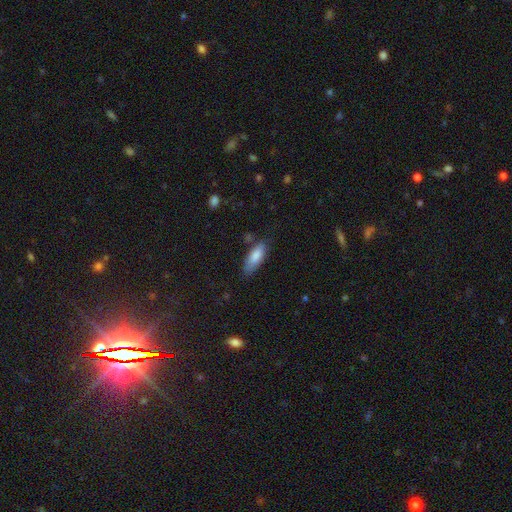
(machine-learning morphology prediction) Smooth or featured? Predicted: smooth (p=0.84). How rounded? Predicted: in between (p=0.71). Merging? Predicted: none (p=0.69).